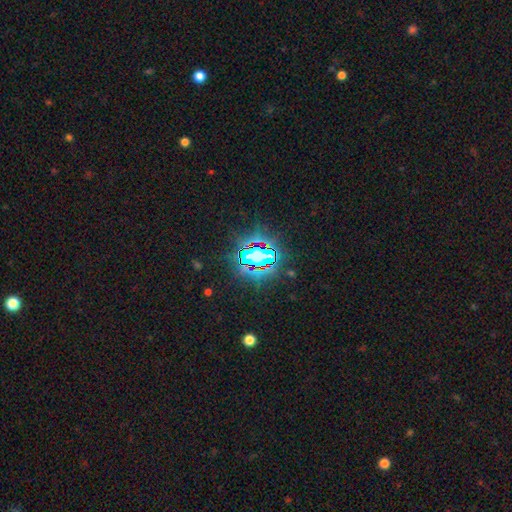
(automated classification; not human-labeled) This is likely a star or artifact rather than a galaxy (75%).